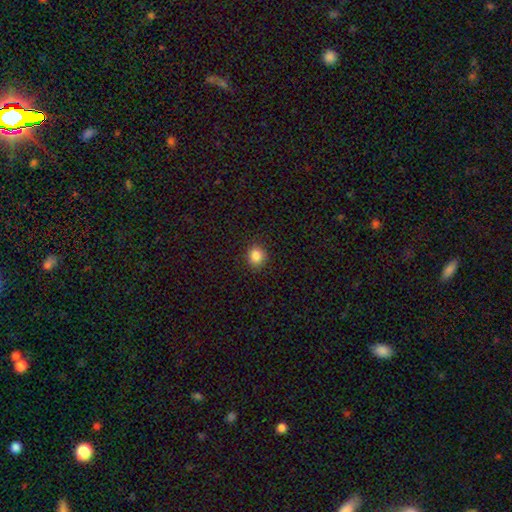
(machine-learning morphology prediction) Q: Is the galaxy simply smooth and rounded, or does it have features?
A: smooth — 86%.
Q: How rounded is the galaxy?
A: round — 82%.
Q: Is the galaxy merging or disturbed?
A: none — 89%.